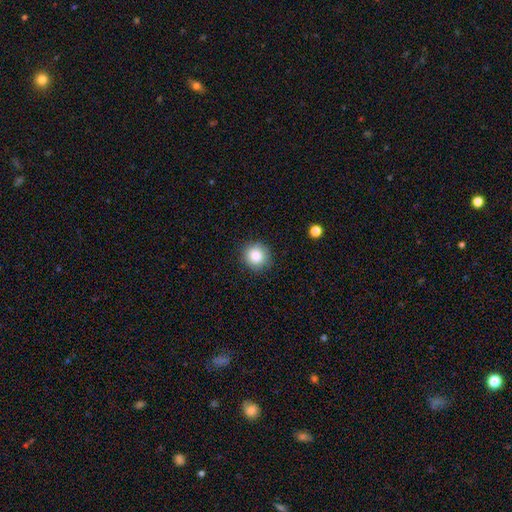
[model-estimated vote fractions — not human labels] Smooth or featured: smooth — 85% (star or artifact — 9%)
How rounded: round — 91% (in between — 8%)
Merging: none — 88% (minor disturbance — 8%)